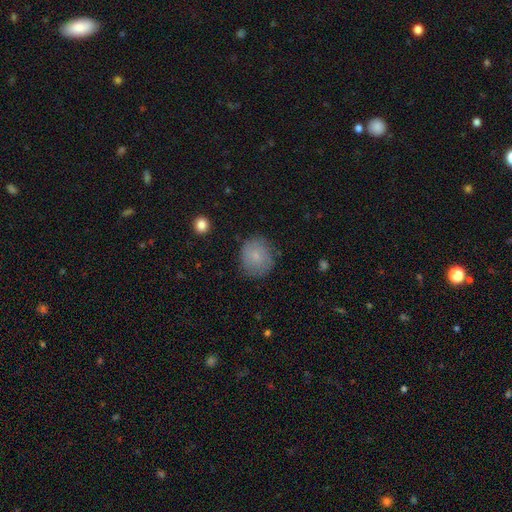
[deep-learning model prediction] smooth_or_featured: smooth (p=0.74) [alt: featured or disk p=0.18]
how_rounded: round (p=0.83) [alt: in between p=0.16]
merging: none (p=0.76) [alt: minor disturbance p=0.18]